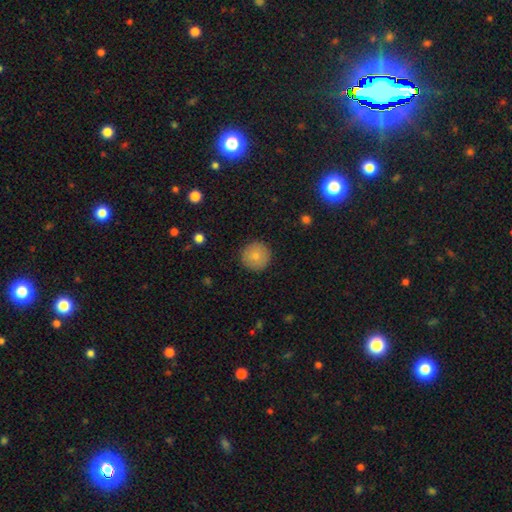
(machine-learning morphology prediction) A smooth galaxy with no disk features (81%) that is round (96%).

Vote fractions:
- Smooth or featured? smooth: 81% / featured or disk: 11% / star or artifact: 8%
- How rounded? round: 96% / in between: 3% / cigar-shaped: 1%
- Merging? none: 91% / minor disturbance: 6% / major disturbance: 2% / merger: 1%